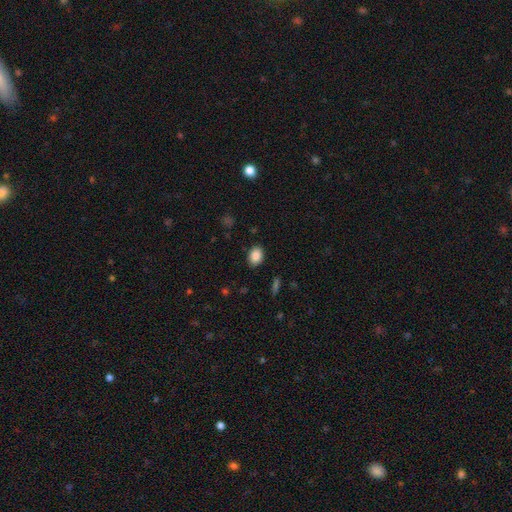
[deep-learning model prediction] This is clearly a smooth galaxy (88%). How rounded: likely in between (74%). Merging: clearly none (88%).